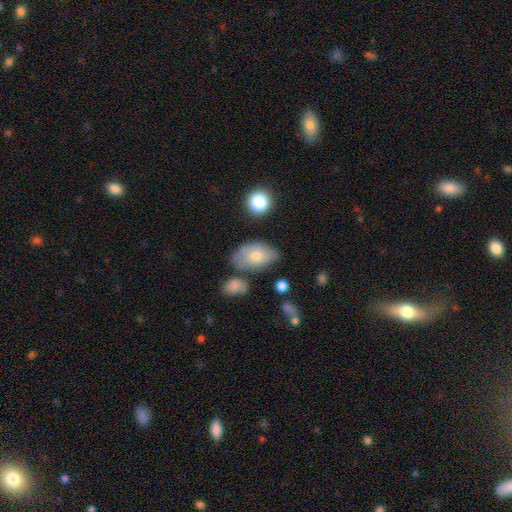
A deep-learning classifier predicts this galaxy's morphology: type=smooth (73%); roundness=in between (91%); merging=none (62%).